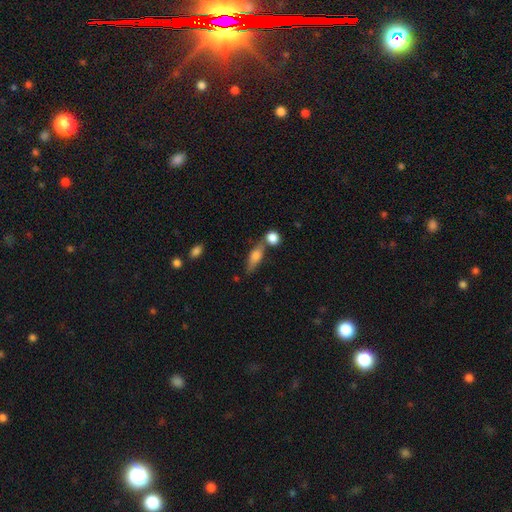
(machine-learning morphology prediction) Q: Smooth or featured?
A: smooth (66%); runner-up: featured or disk (26%)
Q: How rounded?
A: in between (59%); runner-up: cigar-shaped (33%)
Q: Merging?
A: none (53%); runner-up: merger (22%)